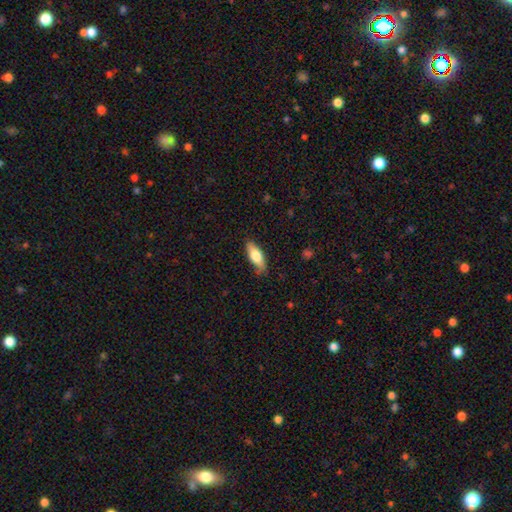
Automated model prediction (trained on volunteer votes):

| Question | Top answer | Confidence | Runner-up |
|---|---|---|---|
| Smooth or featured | smooth | 71% | featured or disk (23%) |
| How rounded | in between | 68% | cigar-shaped (30%) |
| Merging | none | 80% | minor disturbance (16%) |